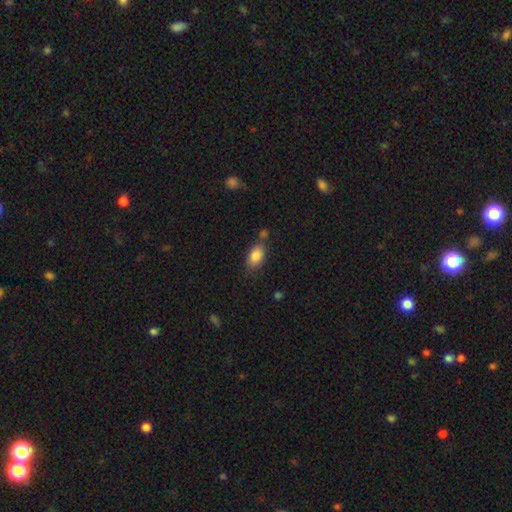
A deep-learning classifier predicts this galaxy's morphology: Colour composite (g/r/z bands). It shows a smooth galaxy with no disk features (85%) that is in between round and cigar-shaped (89%). Merging: none (64%).